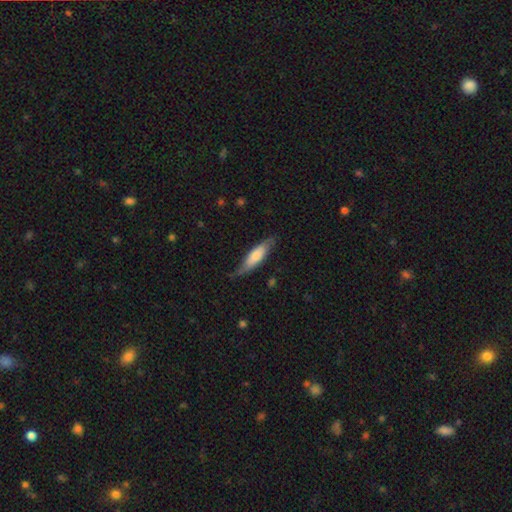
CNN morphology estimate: smooth 63%, featured or disk 32%, star or artifact 5%. Down the decision tree: how rounded — cigar-shaped (60%); merging — none (67%).